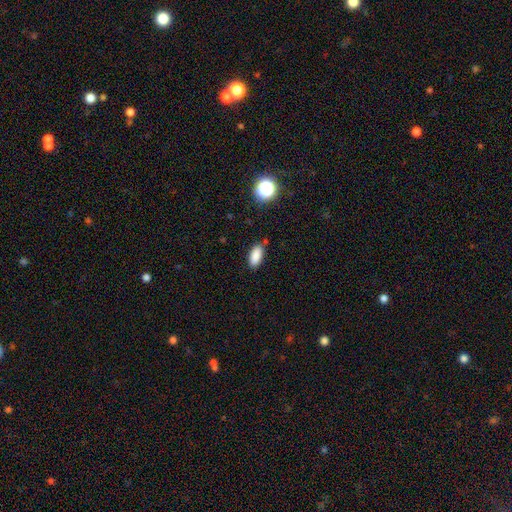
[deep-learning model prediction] smooth-or-featured: smooth: 87% | star or artifact: 9% | featured or disk: 4%
  how-rounded: in between: 87% | cigar-shaped: 10% | round: 3%
  merging: none: 84% | minor disturbance: 11% | major disturbance: 3% | merger: 2%